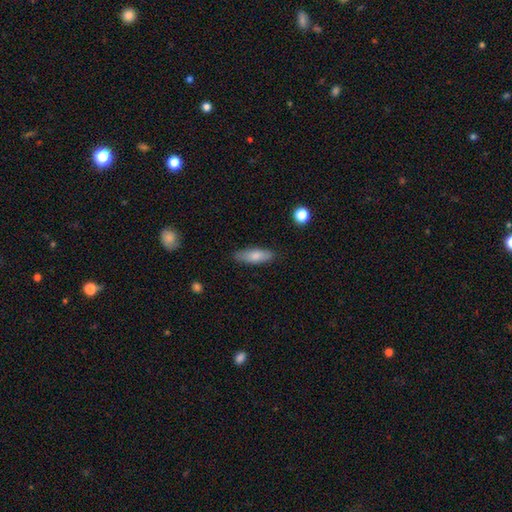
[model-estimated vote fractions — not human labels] This appears to be a smooth galaxy with no disk features (77%) that is in between round and cigar-shaped (57%). Merging: none (85%).